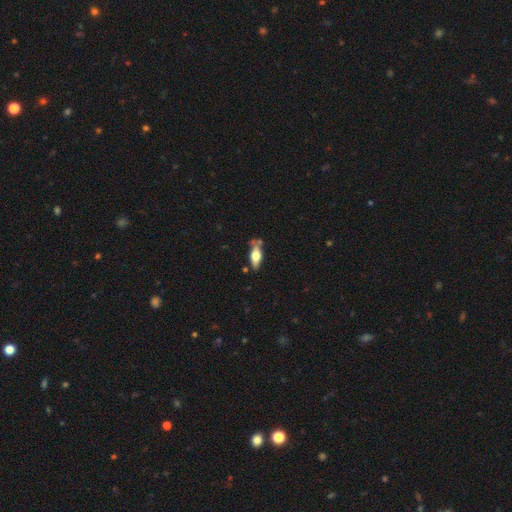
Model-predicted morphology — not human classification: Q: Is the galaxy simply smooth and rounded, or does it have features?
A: smooth — 52%.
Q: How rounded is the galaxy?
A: in between — 68%.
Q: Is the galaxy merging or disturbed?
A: none — 63%.